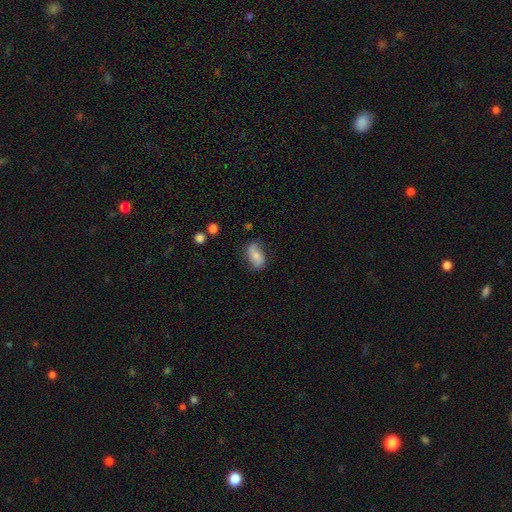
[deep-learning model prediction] Smooth or featured?
  - smooth: 59% *
  - featured or disk: 33%
  - star or artifact: 8%
How rounded?
  - in between: 89% *
  - round: 6%
  - cigar-shaped: 5%
Merging?
  - none: 69% *
  - minor disturbance: 23%
  - major disturbance: 6%
  - merger: 2%